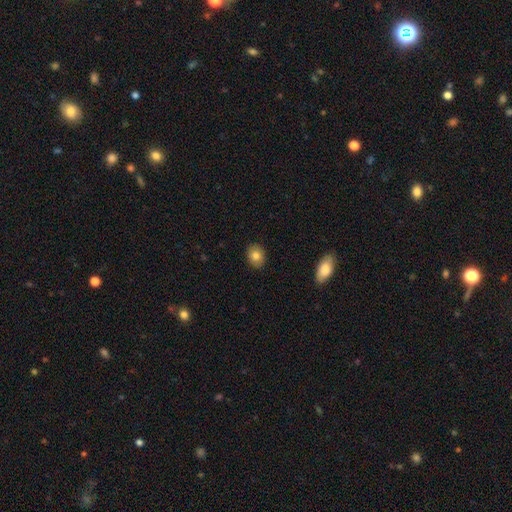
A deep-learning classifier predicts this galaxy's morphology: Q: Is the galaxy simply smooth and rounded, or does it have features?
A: smooth — 82%.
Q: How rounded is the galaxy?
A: in between — 56%.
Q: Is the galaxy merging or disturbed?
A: none — 89%.